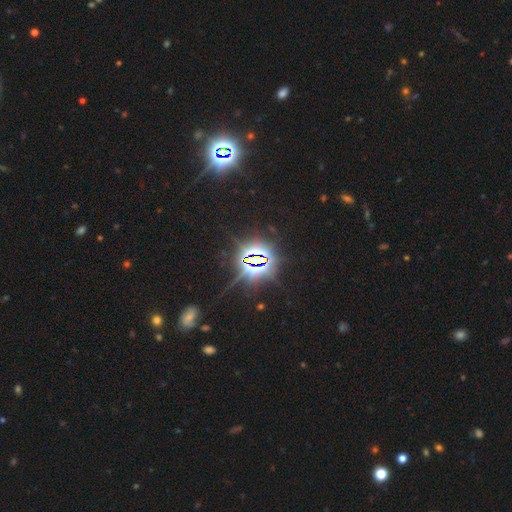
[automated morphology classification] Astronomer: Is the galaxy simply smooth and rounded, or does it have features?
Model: star or artifact — 85%.